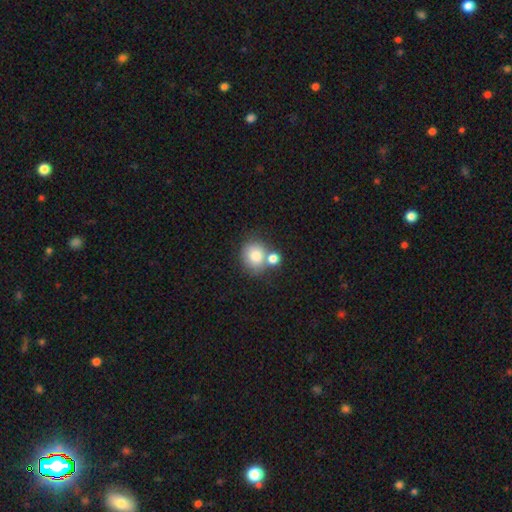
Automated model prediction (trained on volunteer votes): Overall: smooth (80%). How rounded: round (78%). Merging: none (48%; merger 36%).